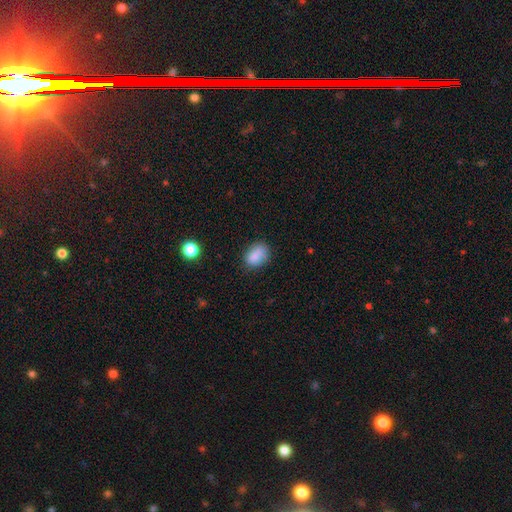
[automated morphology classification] The model was most divided on "merging": none: 69%, minor disturbance: 23%, major disturbance: 6%, merger: 3%. More confident: smooth or featured — smooth (84%); how rounded — in between (74%).